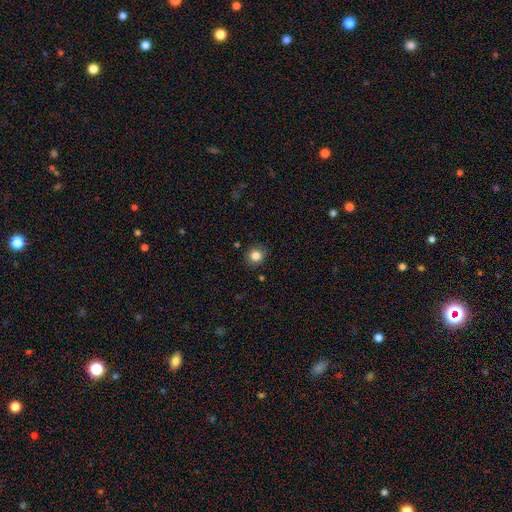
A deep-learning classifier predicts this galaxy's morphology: Smooth or featured?
  - smooth: 84% *
  - star or artifact: 11%
  - featured or disk: 6%
How rounded?
  - round: 87% *
  - in between: 12%
  - cigar-shaped: 1%
Merging?
  - none: 86% *
  - minor disturbance: 10%
  - major disturbance: 2%
  - merger: 1%